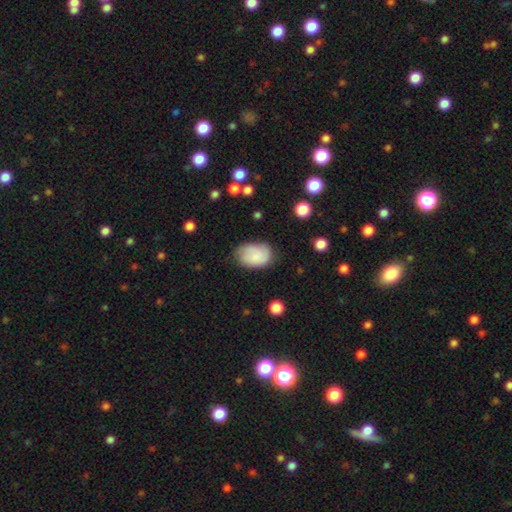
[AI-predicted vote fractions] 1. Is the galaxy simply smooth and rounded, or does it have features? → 75% smooth, 18% featured or disk, 7% star or artifact.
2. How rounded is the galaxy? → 83% in between, 16% round, 1% cigar-shaped.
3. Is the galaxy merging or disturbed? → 63% none, 27% minor disturbance, 8% major disturbance, 2% merger.